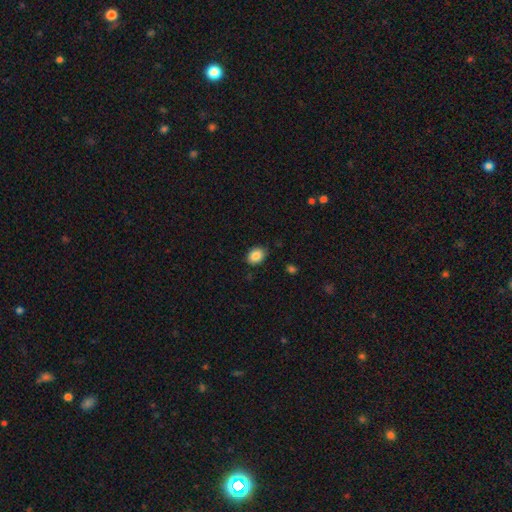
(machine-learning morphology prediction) This is clearly a smooth galaxy (87%). How rounded: likely in between (66%). Merging: clearly none (85%).